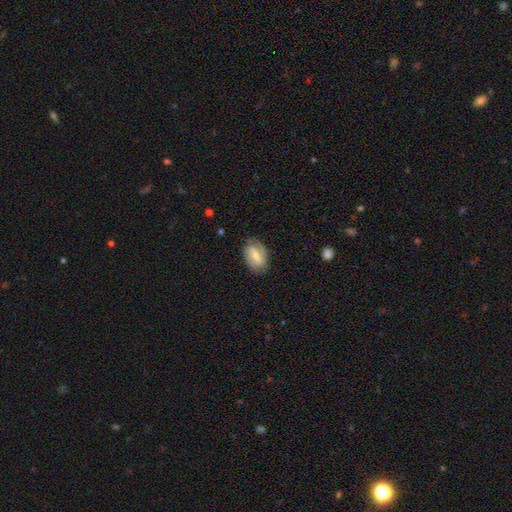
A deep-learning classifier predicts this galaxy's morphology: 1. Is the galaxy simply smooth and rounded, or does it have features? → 49% featured or disk, 44% smooth, 7% star or artifact.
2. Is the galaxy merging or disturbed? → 78% none, 17% minor disturbance, 4% major disturbance, 1% merger.